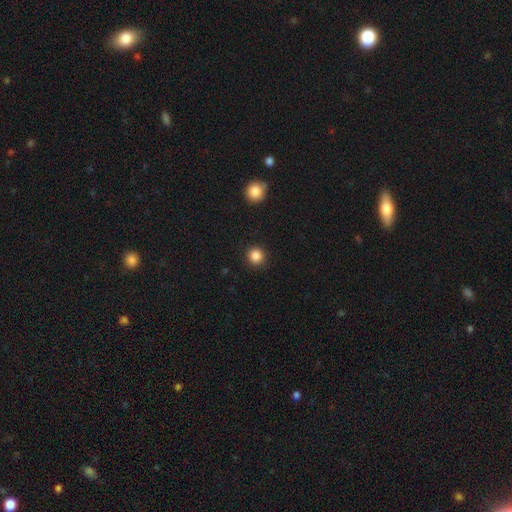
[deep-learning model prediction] Morphology: type=smooth (86%); roundness=round (94%); merging=none (92%).